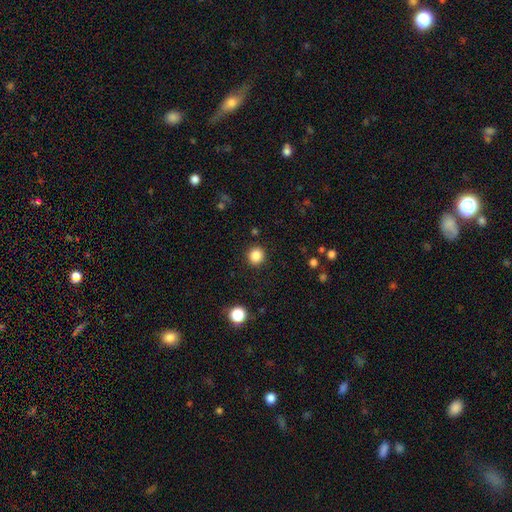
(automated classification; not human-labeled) Smooth or featured?
  - smooth: 85% *
  - star or artifact: 11%
  - featured or disk: 4%
How rounded?
  - round: 91% *
  - in between: 8%
  - cigar-shaped: 1%
Merging?
  - none: 91% *
  - minor disturbance: 5%
  - major disturbance: 2%
  - merger: 1%